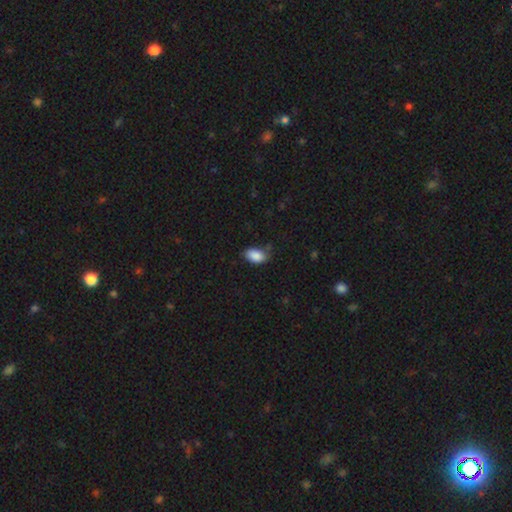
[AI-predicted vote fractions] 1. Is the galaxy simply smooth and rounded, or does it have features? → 88% smooth, 7% star or artifact, 5% featured or disk.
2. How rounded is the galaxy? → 93% in between, 6% round, 2% cigar-shaped.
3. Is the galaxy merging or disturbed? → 68% none, 24% minor disturbance, 5% major disturbance, 3% merger.